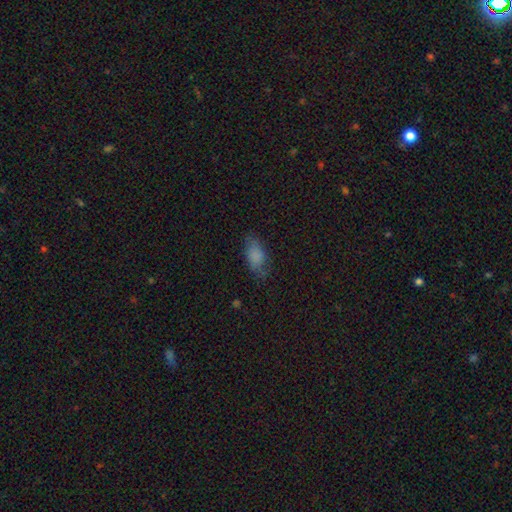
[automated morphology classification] This is clearly a smooth galaxy (80%). How rounded: clearly in between (88%). Merging: likely none (63%).